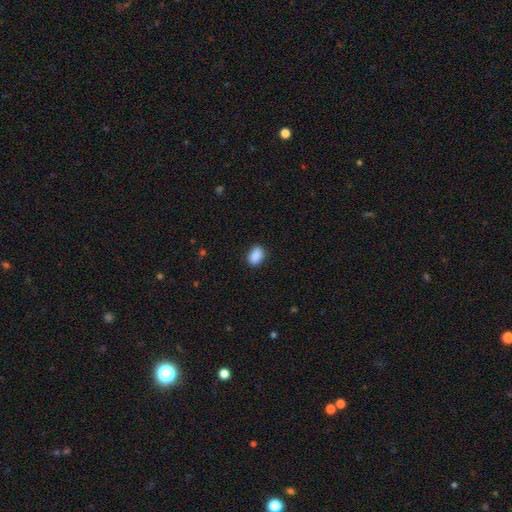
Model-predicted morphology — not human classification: Smooth or featured? smooth (89%)
How rounded? in between (80%)
Merging? none (87%)